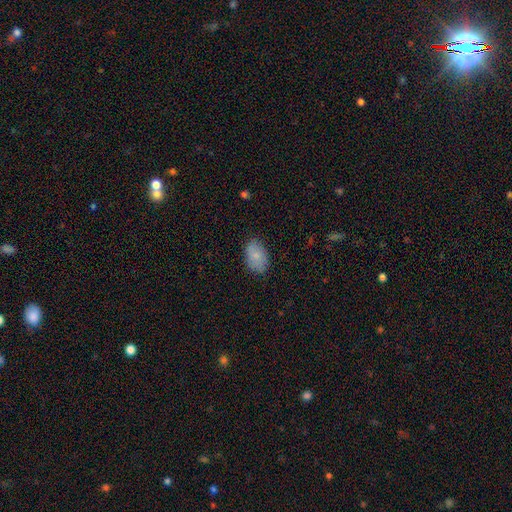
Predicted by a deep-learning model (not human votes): The model was most divided on "merging": none: 80%, minor disturbance: 16%, major disturbance: 3%, merger: 1%. More confident: how rounded — in between (90%); smooth or featured — smooth (83%).